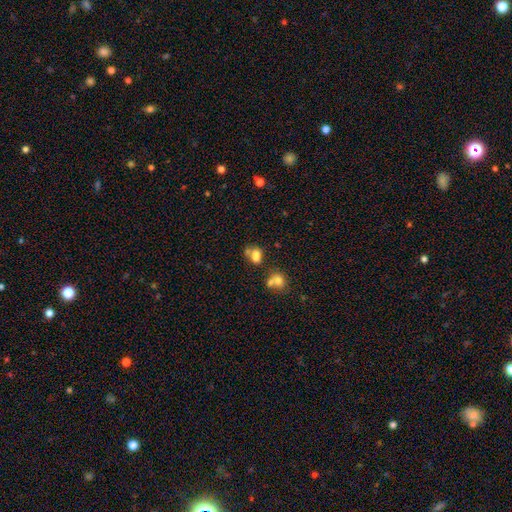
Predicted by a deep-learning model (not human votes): A smooth galaxy with no disk features (70%) that is in between round and cigar-shaped (64%). Merging: merger (48%).